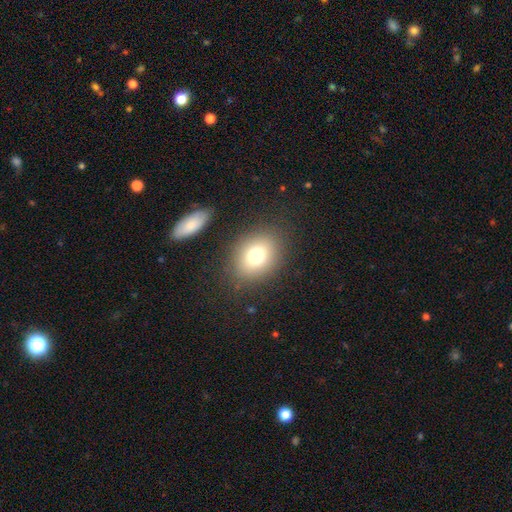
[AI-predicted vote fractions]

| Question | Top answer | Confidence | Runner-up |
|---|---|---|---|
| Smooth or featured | smooth | 74% | star or artifact (13%) |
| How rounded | in between | 50% | round (49%) |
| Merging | none | 83% | minor disturbance (10%) |